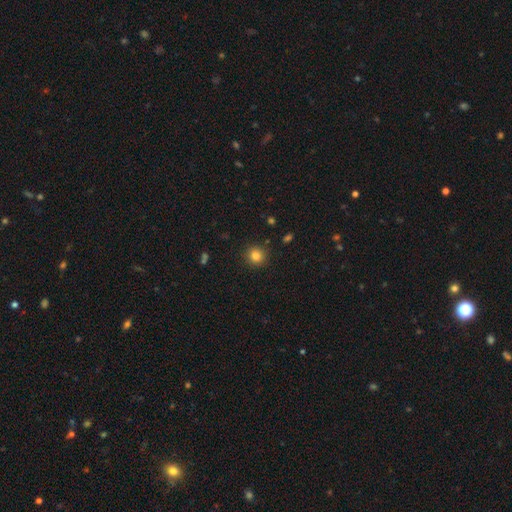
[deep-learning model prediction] Morphology: type=smooth (82%); roundness=round (91%); merging=none (90%).